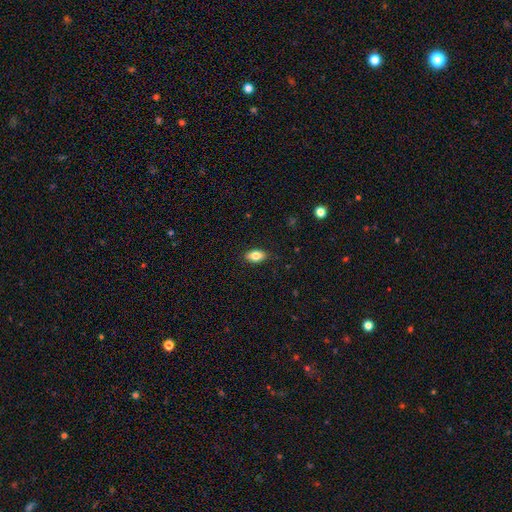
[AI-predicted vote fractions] smooth-or-featured: smooth: 81% | featured or disk: 11% | star or artifact: 8%
  how-rounded: in between: 89% | round: 7% | cigar-shaped: 4%
  merging: none: 87% | minor disturbance: 10% | major disturbance: 2% | merger: 1%